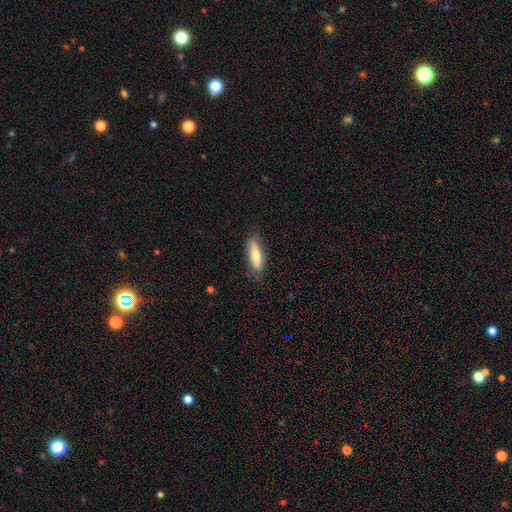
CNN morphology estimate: This appears to be a smooth galaxy with no disk features (61%) that is cigar-shaped (51%). Merging: none (81%).